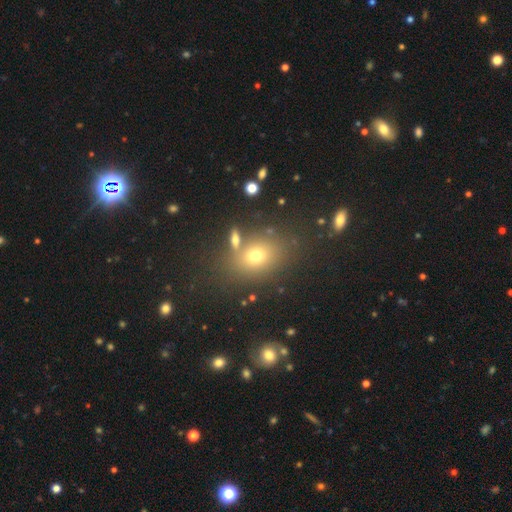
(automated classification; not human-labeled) A smooth galaxy with no disk features (68%) that is in between round and cigar-shaped (58%).

Vote fractions:
- Smooth or featured? smooth: 68% / star or artifact: 19% / featured or disk: 13%
- How rounded? in between: 58% / round: 41% / cigar-shaped: 2%
- Merging? none: 74% / minor disturbance: 11% / merger: 10% / major disturbance: 5%